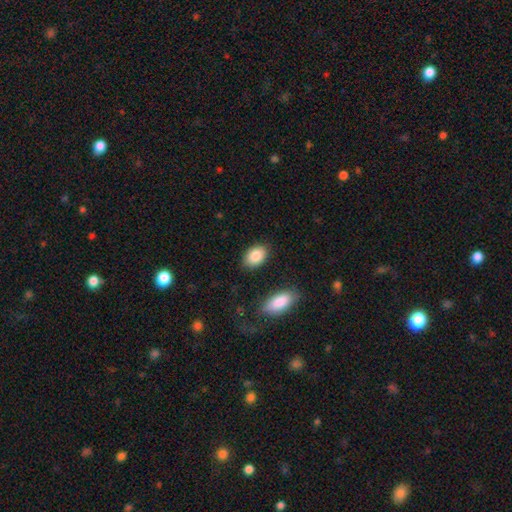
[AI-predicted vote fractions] Overall: smooth (87%). How rounded: in between (87%). Merging: none (84%).